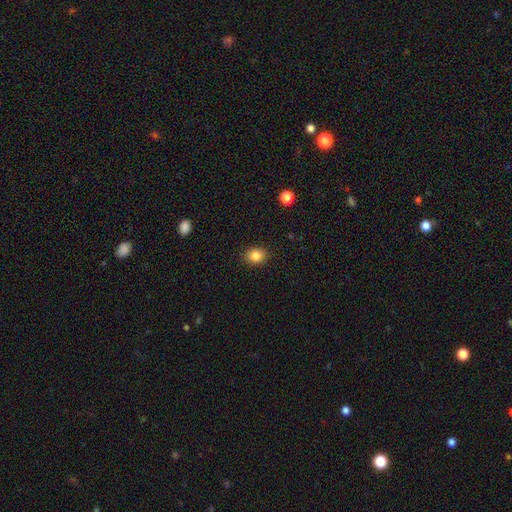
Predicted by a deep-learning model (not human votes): Smooth or featured: smooth — 84% (star or artifact — 10%)
How rounded: round — 54% (in between — 45%)
Merging: none — 88% (minor disturbance — 9%)